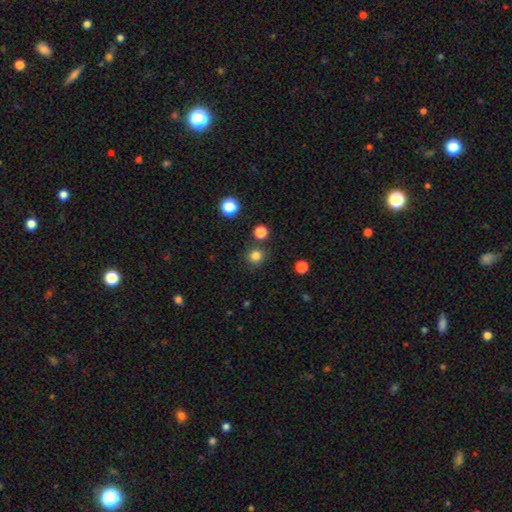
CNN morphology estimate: smooth 81%, star or artifact 14%, featured or disk 5%. Down the decision tree: how rounded — round (92%); merging — none (86%).